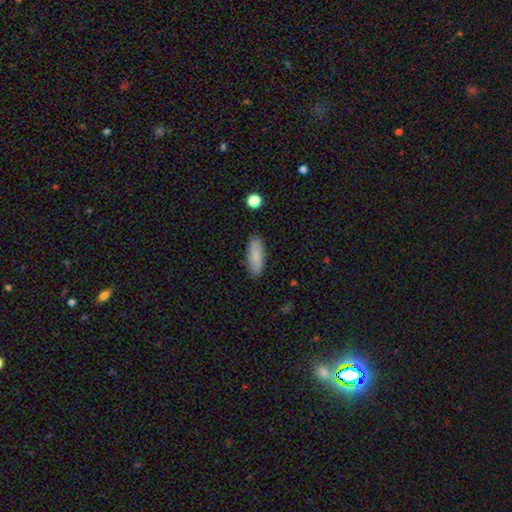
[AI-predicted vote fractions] This is clearly a smooth galaxy (86%). How rounded: likely in between (62%). Merging: clearly none (87%).